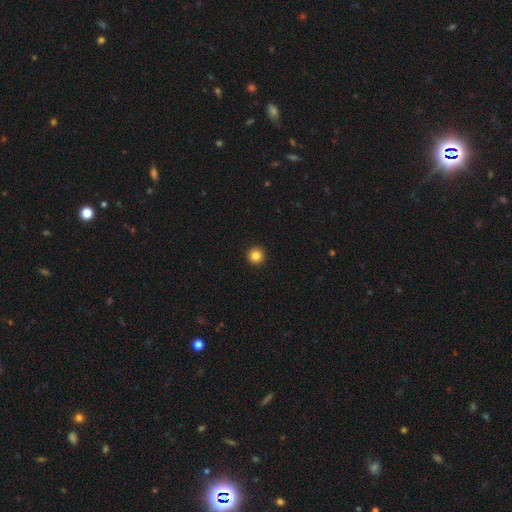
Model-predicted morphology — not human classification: Overall: smooth (85%). How rounded: round (97%). Merging: none (94%).